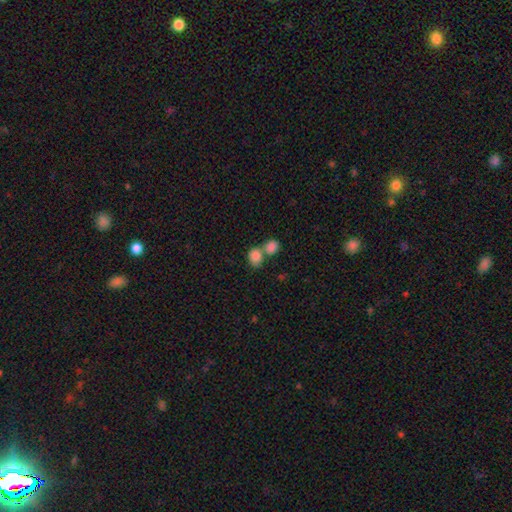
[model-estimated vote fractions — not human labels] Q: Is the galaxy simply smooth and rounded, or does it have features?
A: smooth — 85%.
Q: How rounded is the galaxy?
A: in between — 57%.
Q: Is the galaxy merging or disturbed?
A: merger — 57%.